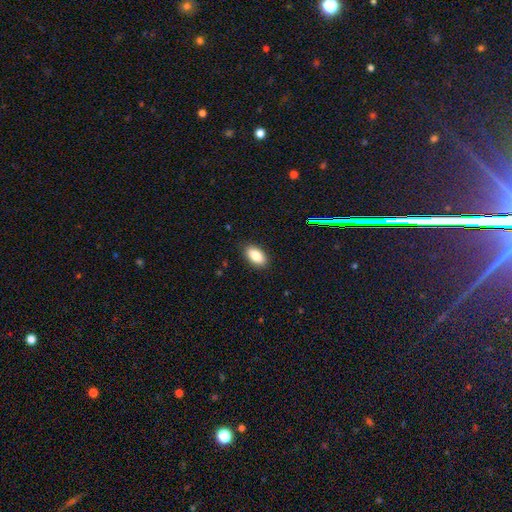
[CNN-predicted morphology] Smooth or featured?
  - smooth: 87% *
  - star or artifact: 8%
  - featured or disk: 5%
How rounded?
  - in between: 93% *
  - round: 5%
  - cigar-shaped: 2%
Merging?
  - none: 88% *
  - minor disturbance: 9%
  - major disturbance: 2%
  - merger: 1%